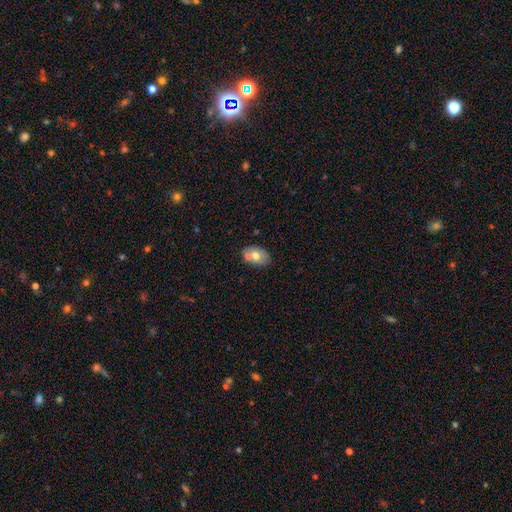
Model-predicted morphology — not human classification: A smooth galaxy with no disk features (66%) that is in between round and cigar-shaped (83%).

Vote fractions:
- Smooth or featured? smooth: 66% / featured or disk: 26% / star or artifact: 8%
- How rounded? in between: 83% / round: 16% / cigar-shaped: 1%
- Merging? none: 61% / merger: 22% / minor disturbance: 14% / major disturbance: 3%